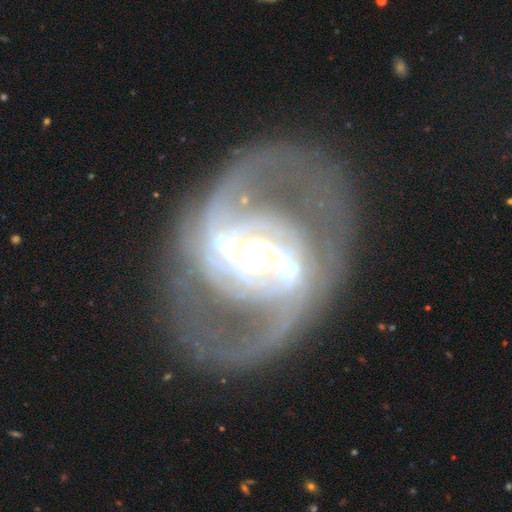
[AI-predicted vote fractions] The model was most divided on "bar": no: 37%, weak: 33%, strong: 30%. Remaining: edge-on disk — no (97%); spiral arms — yes (93%); smooth or featured — featured or disk (89%); spiral arm count — 2 (81%); merging — none (70%); bulge size — moderate (59%); spiral winding — medium (49%).